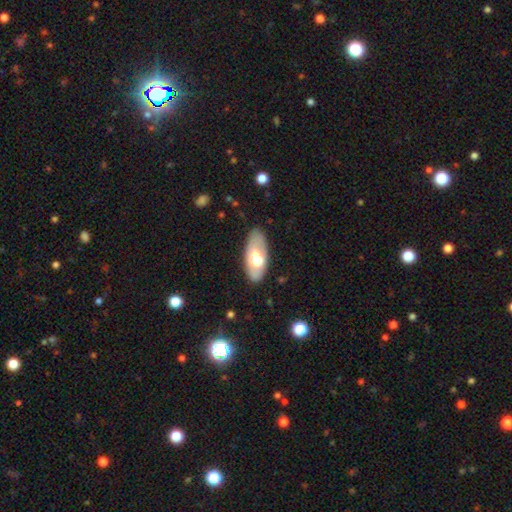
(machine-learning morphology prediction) smooth-or-featured: smooth: 54% | featured or disk: 39% | star or artifact: 7%
  how-rounded: in between: 87% | cigar-shaped: 10% | round: 4%
  merging: none: 79% | minor disturbance: 15% | major disturbance: 4% | merger: 2%